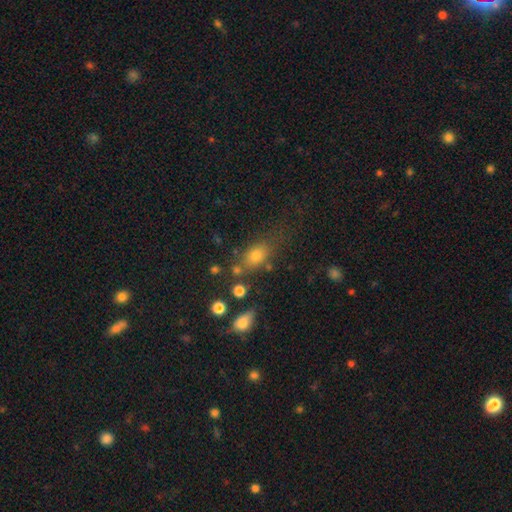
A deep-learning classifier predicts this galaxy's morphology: Smooth or featured? Predicted: smooth (p=0.73). How rounded? Predicted: in between (p=0.69). Merging? Predicted: none (p=0.58).